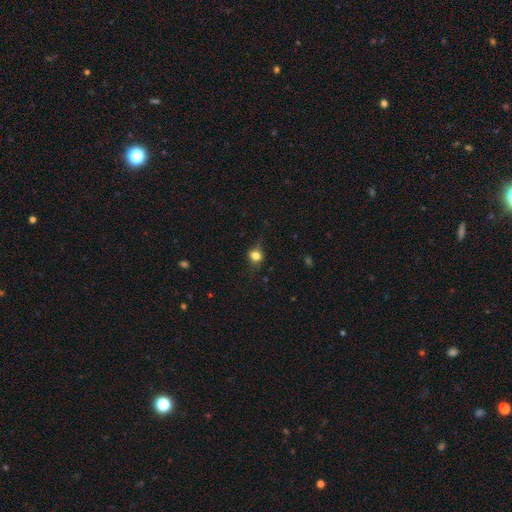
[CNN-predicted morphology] Smooth or featured: smooth — 73% (featured or disk — 14%)
How rounded: round — 60% (in between — 38%)
Merging: none — 70% (minor disturbance — 21%)